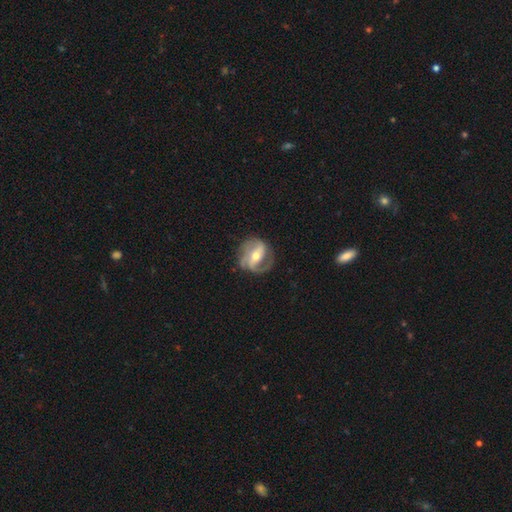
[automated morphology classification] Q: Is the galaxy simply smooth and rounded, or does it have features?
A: featured or disk — 81%.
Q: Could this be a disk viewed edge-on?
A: no — 96%.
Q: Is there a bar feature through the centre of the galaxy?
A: strong — 46%.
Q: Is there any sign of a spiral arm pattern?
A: yes — 91%.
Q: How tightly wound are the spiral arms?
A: medium — 45%.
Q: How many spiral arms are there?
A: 2 — 63%.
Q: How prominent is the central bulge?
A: moderate — 60%.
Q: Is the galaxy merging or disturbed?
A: none — 67%.